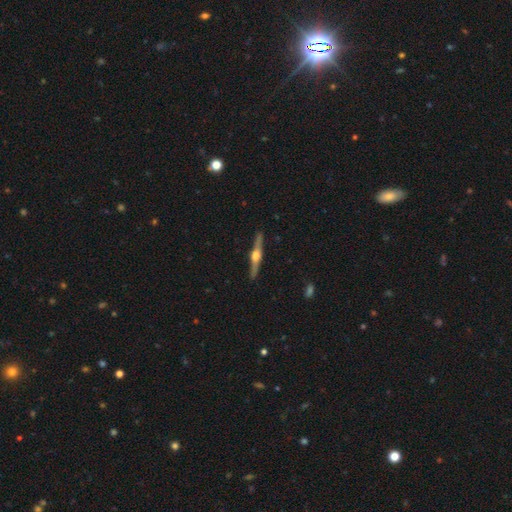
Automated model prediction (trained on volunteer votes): smooth-or-featured: featured or disk: 80% | smooth: 14% | star or artifact: 5%
  disk-edge-on: yes: 98% | no: 2%
    edge-on-bulge: rounded: 94% | boxy: 4% | none: 2%
  merging: none: 91% | minor disturbance: 6% | major disturbance: 1% | merger: 1%